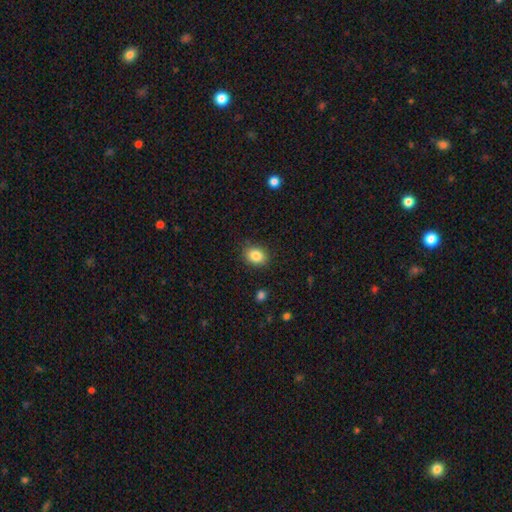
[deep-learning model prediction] This is clearly a smooth galaxy (86%). How rounded: possibly in between (60%). Merging: clearly none (86%).